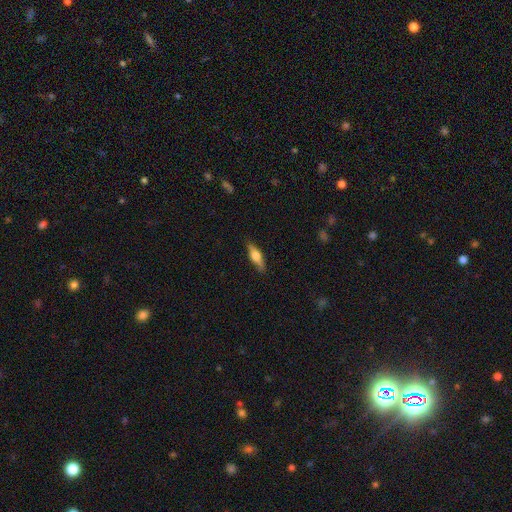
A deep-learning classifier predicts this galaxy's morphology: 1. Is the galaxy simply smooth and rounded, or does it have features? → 50% smooth, 44% featured or disk, 6% star or artifact.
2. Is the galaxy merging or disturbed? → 84% none, 12% minor disturbance, 2% major disturbance, 1% merger.